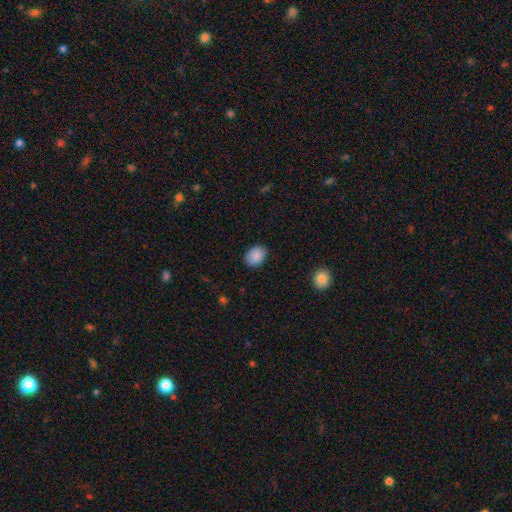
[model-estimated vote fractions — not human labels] Morphology: type=smooth (88%); roundness=in between (69%); merging=none (84%).